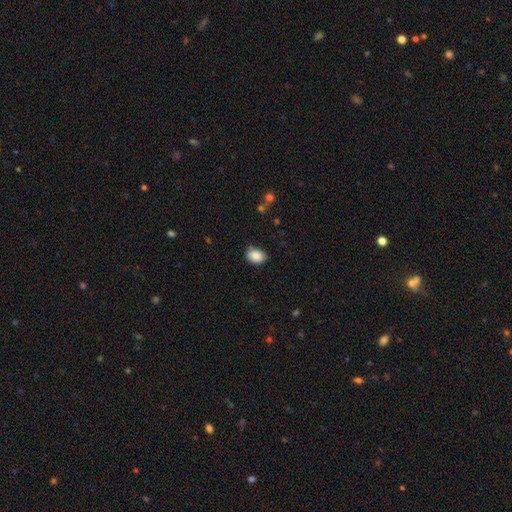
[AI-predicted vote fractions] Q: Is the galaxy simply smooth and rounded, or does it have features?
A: smooth — 87%.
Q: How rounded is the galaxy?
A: in between — 74%.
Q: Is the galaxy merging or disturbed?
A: none — 79%.